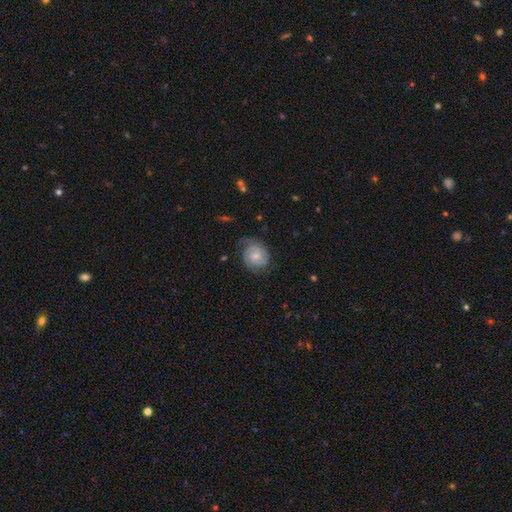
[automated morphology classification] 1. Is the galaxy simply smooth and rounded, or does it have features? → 62% featured or disk, 32% smooth, 7% star or artifact.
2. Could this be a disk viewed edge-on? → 97% no, 3% yes.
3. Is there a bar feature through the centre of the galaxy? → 49% no, 44% weak, 7% strong.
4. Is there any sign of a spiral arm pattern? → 90% yes, 10% no.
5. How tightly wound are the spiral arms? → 53% tight, 34% medium, 13% loose.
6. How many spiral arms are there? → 61% 2, 19% can't tell, 11% 1, 6% 3, 2% 4, 2% more than 4.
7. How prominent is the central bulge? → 49% moderate, 40% small, 6% none, 4% large, 1% dominant.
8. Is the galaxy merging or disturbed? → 62% none, 25% minor disturbance, 12% major disturbance, 1% merger.